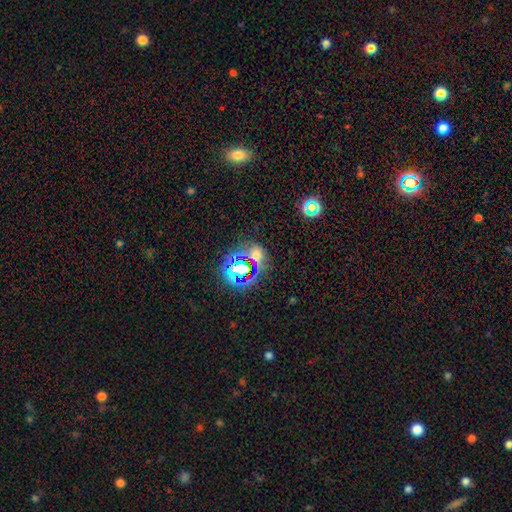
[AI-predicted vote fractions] Overall: star or artifact (53%; smooth 36%).